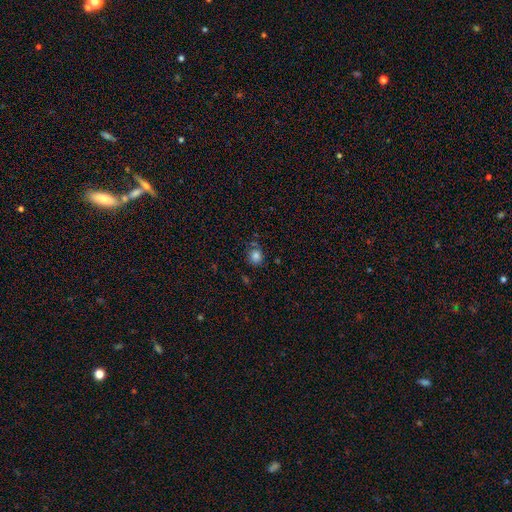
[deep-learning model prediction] A smooth galaxy with no disk features (79%) that is round (74%). Merging: none (69%).